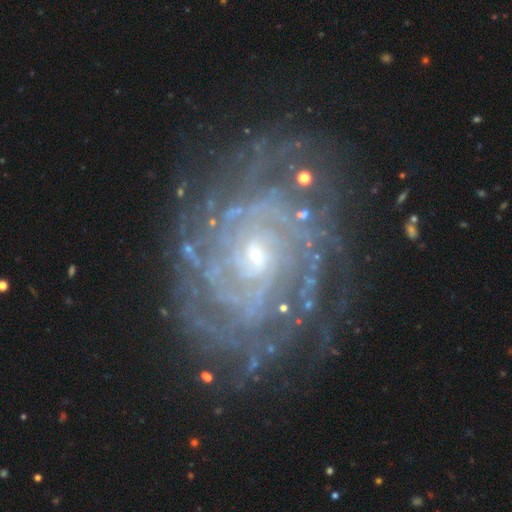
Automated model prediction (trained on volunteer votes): Smooth or featured?
  - featured or disk: 90% *
  - star or artifact: 6%
  - smooth: 4%
Edge-on disk?
  - no: 97% *
  - yes: 3%
Bar?
  - no: 70% *
  - weak: 23%
  - strong: 8%
Spiral arms?
  - yes: 97% *
  - no: 3%
Spiral winding?
  - tight: 81% *
  - medium: 17%
  - loose: 3%
Spiral arm count?
  - can't tell: 29% *
  - more than 4: 17%
  - 2: 17%
  - 4: 16%
  - 3: 14%
  - 1: 8%
Bulge size?
  - small: 67% *
  - moderate: 29%
  - large: 2%
  - none: 2%
  - dominant: 1%
Merging?
  - none: 78% *
  - minor disturbance: 15%
  - major disturbance: 6%
  - merger: 2%